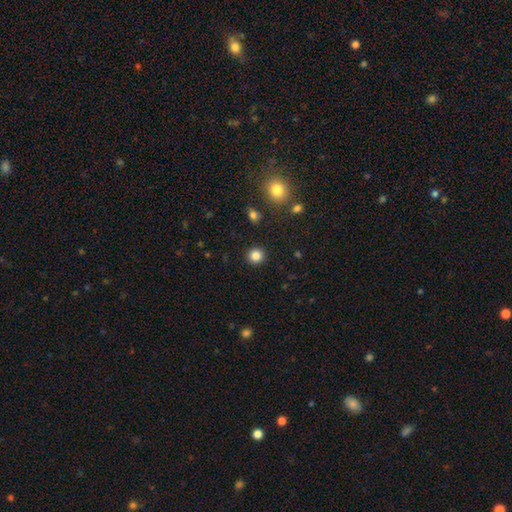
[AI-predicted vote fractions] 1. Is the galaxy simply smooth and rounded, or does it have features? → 84% smooth, 11% star or artifact, 4% featured or disk.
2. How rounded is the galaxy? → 91% round, 8% in between, 1% cigar-shaped.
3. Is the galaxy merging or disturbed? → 91% none, 5% minor disturbance, 2% major disturbance, 1% merger.